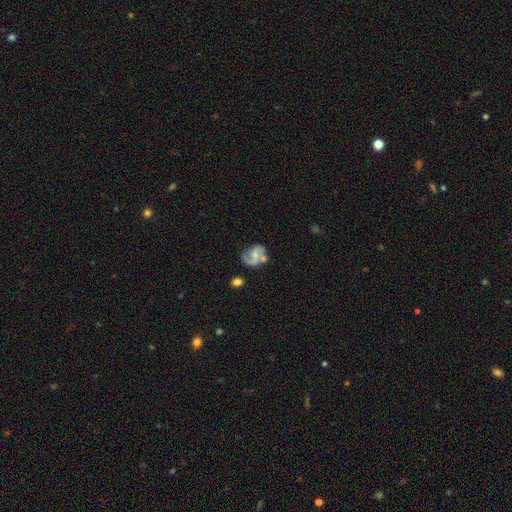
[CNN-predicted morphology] featured or disk 75%, smooth 18%, star or artifact 7%. Down the decision tree: edge-on disk — no (98%); bar — weak (46%); spiral arms — yes (91%); spiral arm count — 2 (80%); spiral winding — medium (47%); bulge size — small (49%); merging — none (54%).